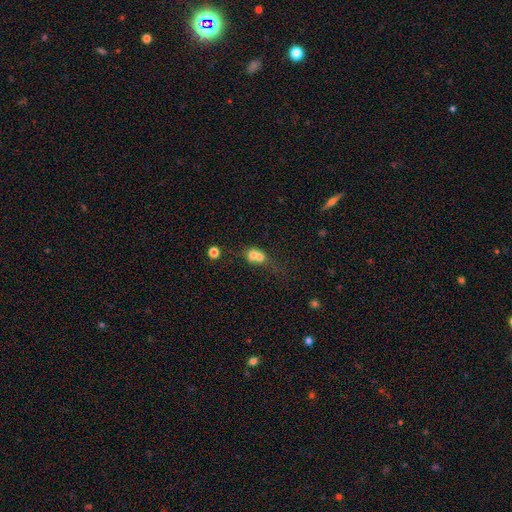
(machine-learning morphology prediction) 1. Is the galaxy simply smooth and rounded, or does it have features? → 64% smooth, 23% featured or disk, 13% star or artifact.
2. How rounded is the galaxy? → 59% round, 38% in between, 3% cigar-shaped.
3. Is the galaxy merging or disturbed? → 67% merger, 20% none, 7% minor disturbance, 7% major disturbance.